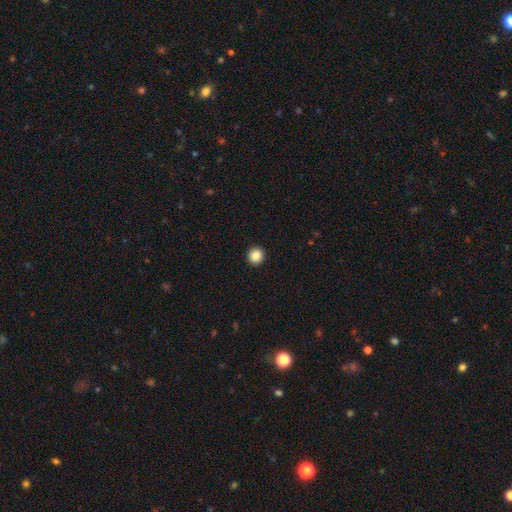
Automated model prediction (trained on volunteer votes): Smooth or featured: smooth — 87% (star or artifact — 9%)
How rounded: round — 94% (in between — 5%)
Merging: none — 93% (minor disturbance — 4%)